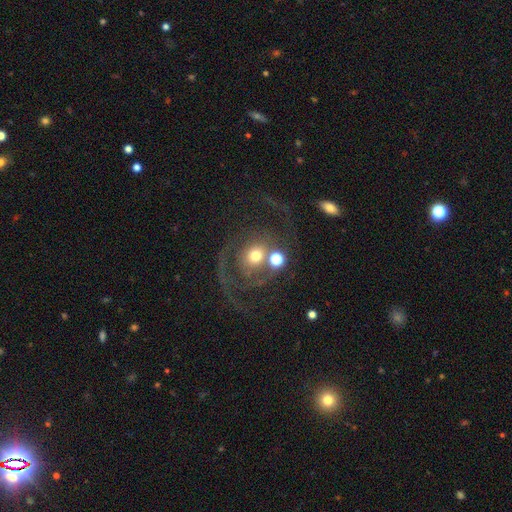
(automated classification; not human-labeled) Smooth or featured? Predicted: featured or disk (p=0.57). Edge-on disk? Predicted: no (p=0.97). Bar? Predicted: no (p=0.79). Spiral arms? Predicted: yes (p=0.73). Bulge size? Predicted: moderate (p=0.54). Merging? Predicted: none (p=0.43).